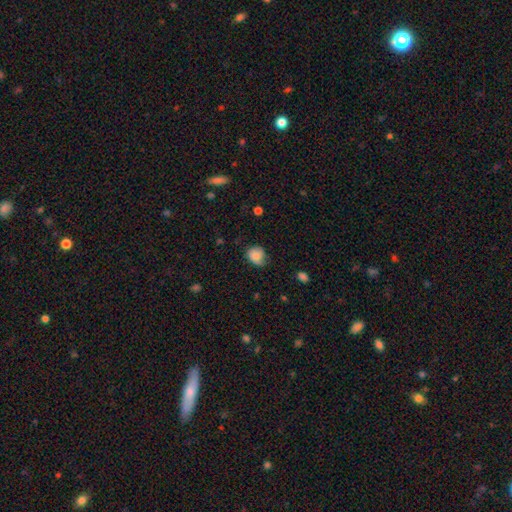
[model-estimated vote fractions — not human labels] Q: Smooth or featured?
A: smooth (75%); runner-up: featured or disk (17%)
Q: How rounded?
A: round (62%); runner-up: in between (37%)
Q: Merging?
A: none (50%); runner-up: minor disturbance (37%)